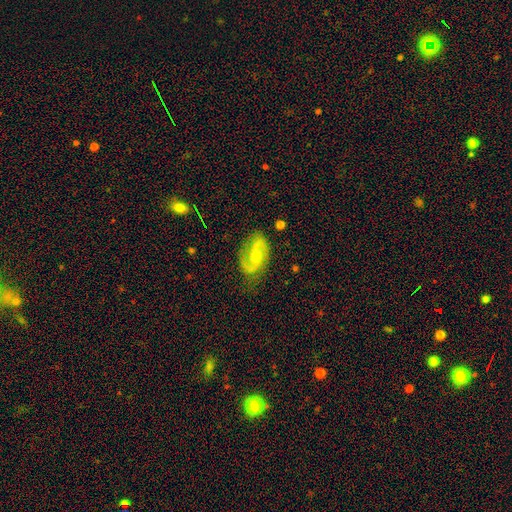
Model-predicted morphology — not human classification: featured or disk 85%, smooth 9%, star or artifact 6%. Down the decision tree: edge-on disk — no (97%); bar — no (46%); spiral arms — yes (96%); spiral arm count — 2 (91%); spiral winding — medium (54%); bulge size — moderate (45%); merging — none (74%).